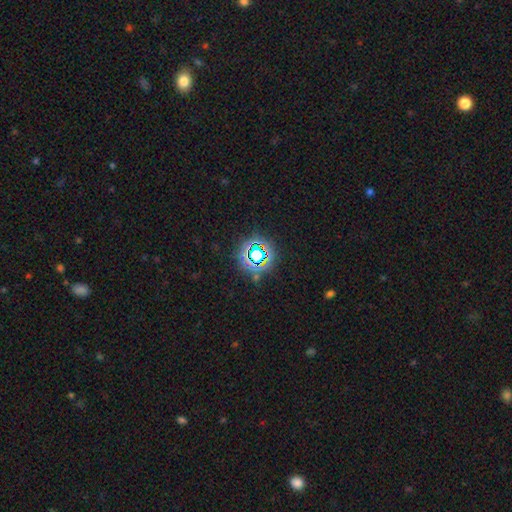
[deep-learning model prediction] smooth-or-featured: star or artifact: 69% | smooth: 20% | featured or disk: 11%